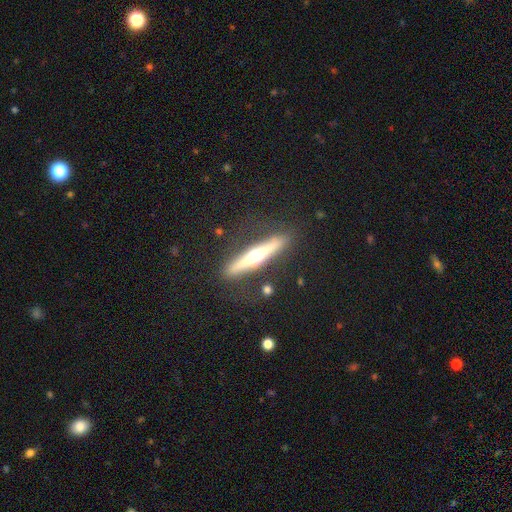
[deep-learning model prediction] A featured or disk galaxy (68%) viewed edge-on (94%) with a rounded central bulge (92%). Merging: none (84%).